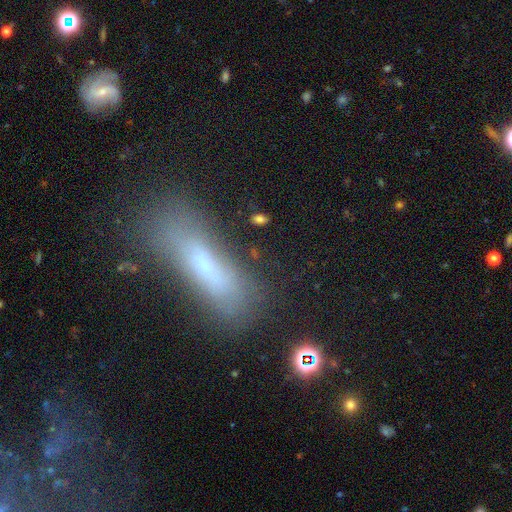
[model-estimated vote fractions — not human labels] smooth-or-featured: smooth: 54% | featured or disk: 31% | star or artifact: 15%
  how-rounded: cigar-shaped: 64% | in between: 33% | round: 3%
  merging: none: 67% | minor disturbance: 19% | major disturbance: 10% | merger: 4%